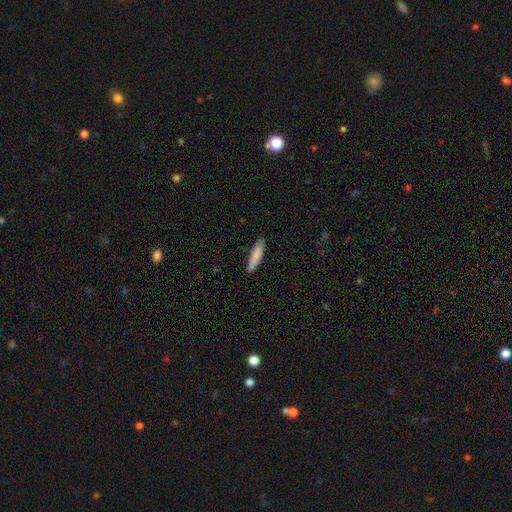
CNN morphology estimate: Smooth or featured: smooth — 84% (featured or disk — 10%)
How rounded: cigar-shaped — 85% (in between — 14%)
Merging: none — 88% (minor disturbance — 9%)